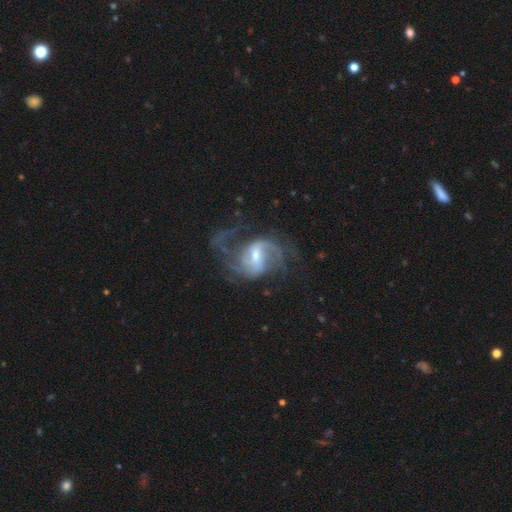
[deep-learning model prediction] featured or disk 89%, star or artifact 6%, smooth 5%. Down the decision tree: edge-on disk — no (98%); bar — weak (53%); spiral arms — yes (96%); spiral arm count — 2 (62%); spiral winding — loose (44%); bulge size — moderate (50%); merging — none (56%).